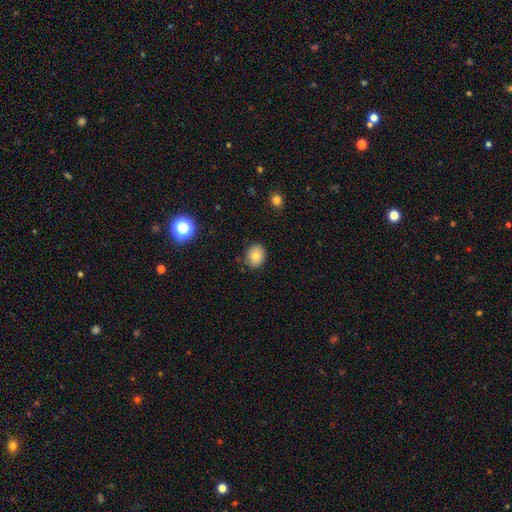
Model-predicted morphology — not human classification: smooth 80%, star or artifact 11%, featured or disk 10%. Down the decision tree: how rounded — round (68%); merging — none (84%).